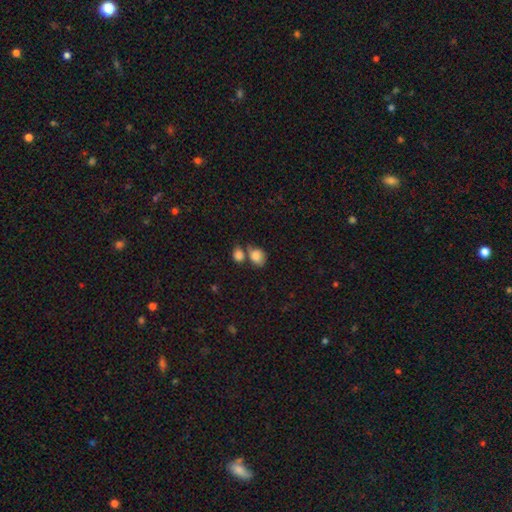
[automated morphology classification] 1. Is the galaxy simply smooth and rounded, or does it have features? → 84% smooth, 9% star or artifact, 7% featured or disk.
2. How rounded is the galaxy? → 57% in between, 41% round, 1% cigar-shaped.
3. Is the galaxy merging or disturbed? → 42% merger, 40% none, 13% minor disturbance, 5% major disturbance.